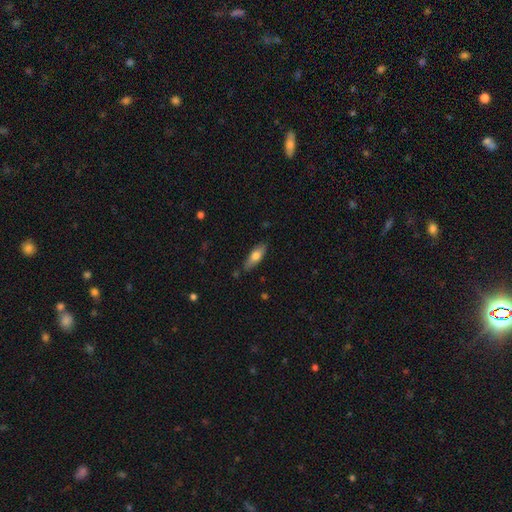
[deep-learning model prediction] The model was most divided on "how rounded": in between: 61%, cigar-shaped: 37%, round: 2%. More confident: merging — none (79%); smooth or featured — smooth (70%).